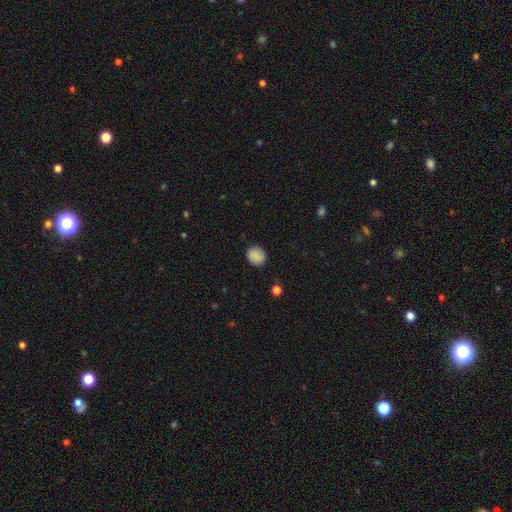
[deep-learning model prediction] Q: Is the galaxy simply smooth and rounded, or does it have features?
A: smooth — 86%.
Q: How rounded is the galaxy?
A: round — 77%.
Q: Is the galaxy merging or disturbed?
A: none — 87%.